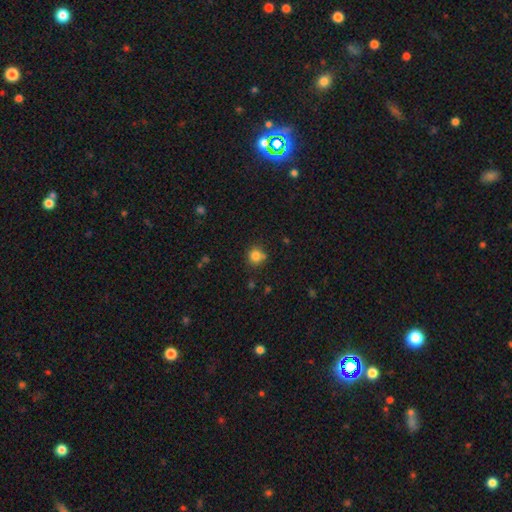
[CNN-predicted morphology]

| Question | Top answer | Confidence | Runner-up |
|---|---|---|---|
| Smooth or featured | smooth | 82% | star or artifact (12%) |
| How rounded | round | 89% | in between (10%) |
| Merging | none | 71% | minor disturbance (17%) |